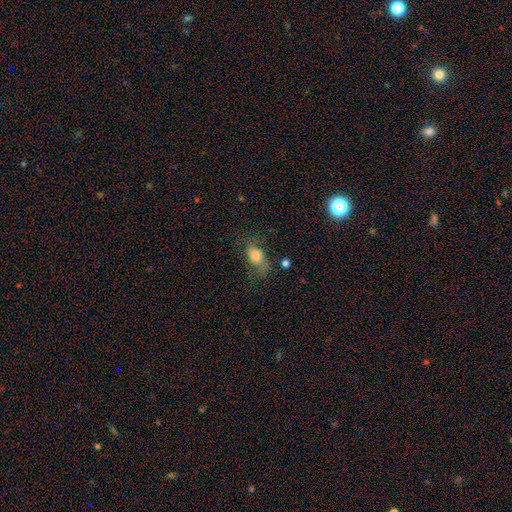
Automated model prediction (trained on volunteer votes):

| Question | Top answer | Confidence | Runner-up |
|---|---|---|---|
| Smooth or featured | smooth | 66% | featured or disk (23%) |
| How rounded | in between | 78% | round (18%) |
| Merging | none | 52% | minor disturbance (26%) |